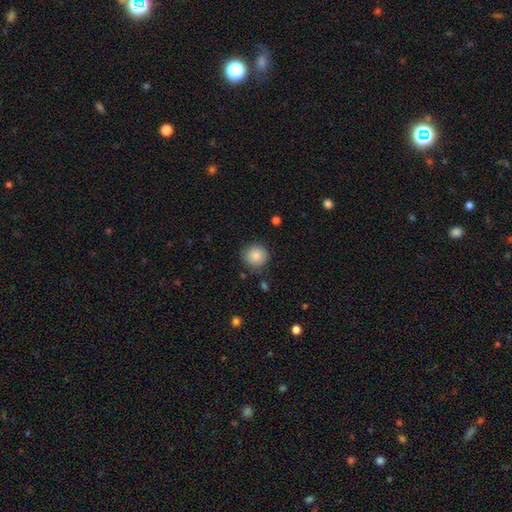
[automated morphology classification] Smooth or featured?
  - smooth: 86% *
  - star or artifact: 8%
  - featured or disk: 6%
How rounded?
  - round: 92% *
  - in between: 7%
  - cigar-shaped: 1%
Merging?
  - none: 84% *
  - minor disturbance: 11%
  - major disturbance: 3%
  - merger: 2%